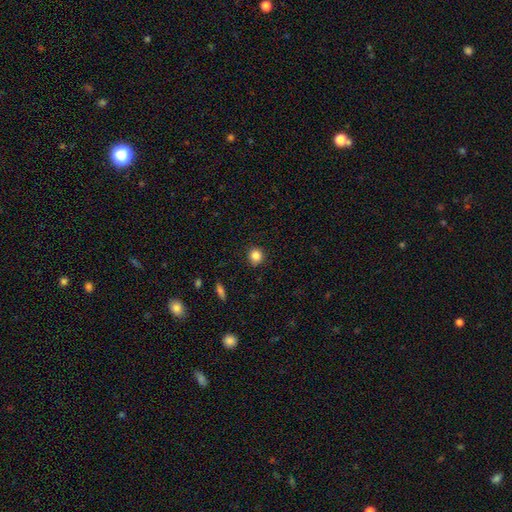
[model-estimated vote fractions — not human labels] The model was most divided on "smooth or featured": smooth: 84%, star or artifact: 11%, featured or disk: 5%. More confident: how rounded — round (91%); merging — none (89%).